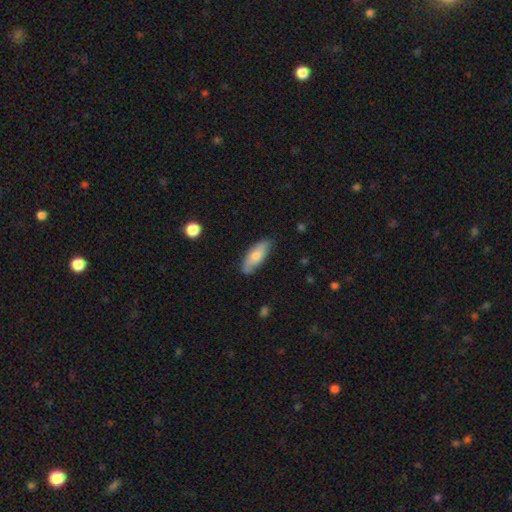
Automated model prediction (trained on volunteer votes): Morphology: type=smooth (70%); roundness=in between (77%); merging=none (77%).